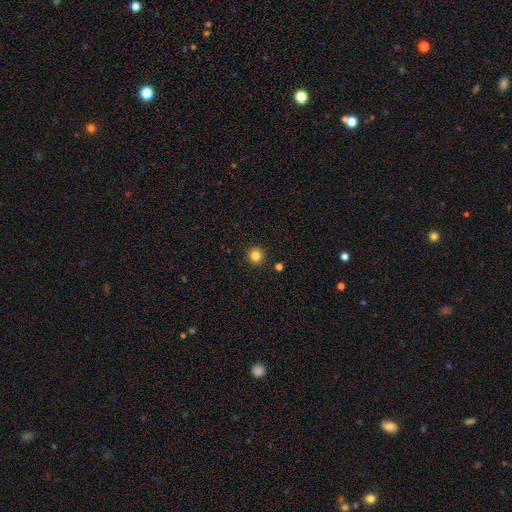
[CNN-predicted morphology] Overall: smooth (84%). How rounded: round (96%). Merging: none (92%).